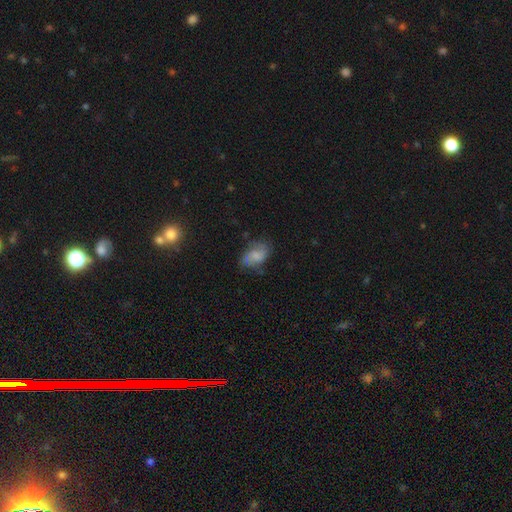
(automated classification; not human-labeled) Smooth or featured? Predicted: smooth (p=0.47). Merging? Predicted: none (p=0.59).